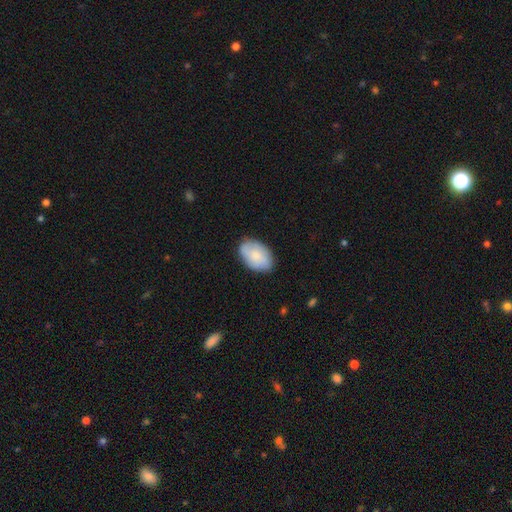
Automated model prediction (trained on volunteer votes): A smooth galaxy with no disk features (72%) that is in between round and cigar-shaped (91%).

Vote fractions:
- Smooth or featured? smooth: 72% / featured or disk: 22% / star or artifact: 6%
- How rounded? in between: 91% / round: 8% / cigar-shaped: 1%
- Merging? none: 81% / minor disturbance: 15% / major disturbance: 3% / merger: 1%